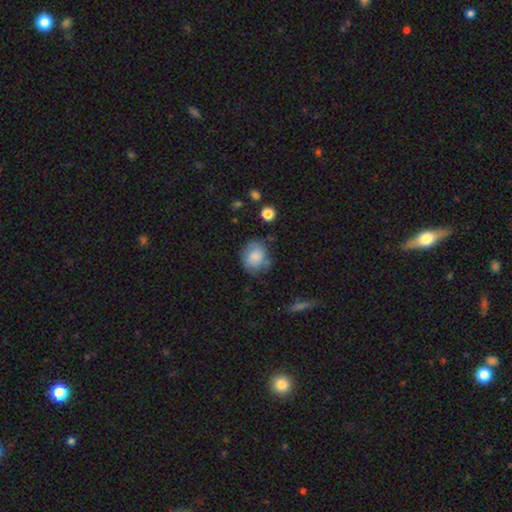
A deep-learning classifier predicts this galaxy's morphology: Smooth or featured: smooth — 77% (featured or disk — 14%)
How rounded: round — 69% (in between — 30%)
Merging: none — 64% (minor disturbance — 24%)